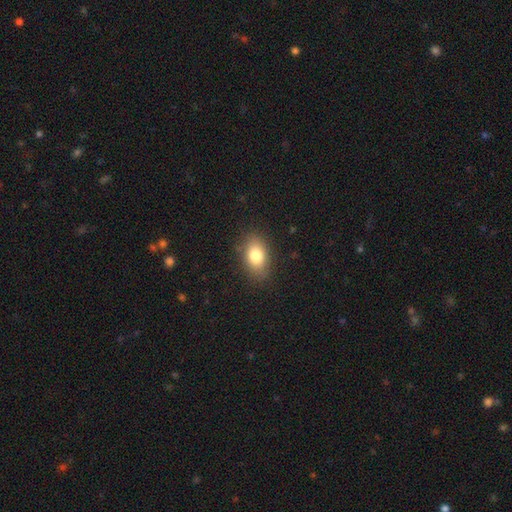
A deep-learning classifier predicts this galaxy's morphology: A smooth galaxy with no disk features (81%) that is in between round and cigar-shaped (86%).

Vote fractions:
- Smooth or featured? smooth: 81% / featured or disk: 11% / star or artifact: 9%
- How rounded? in between: 86% / round: 12% / cigar-shaped: 2%
- Merging? none: 83% / minor disturbance: 13% / major disturbance: 3% / merger: 1%